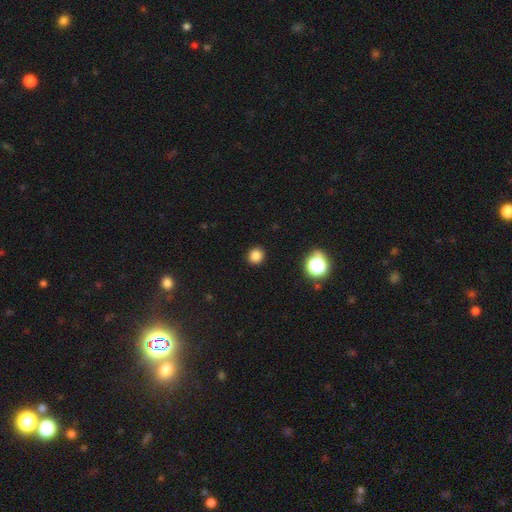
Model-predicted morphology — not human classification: Overall: smooth (83%). How rounded: round (89%). Merging: none (92%).